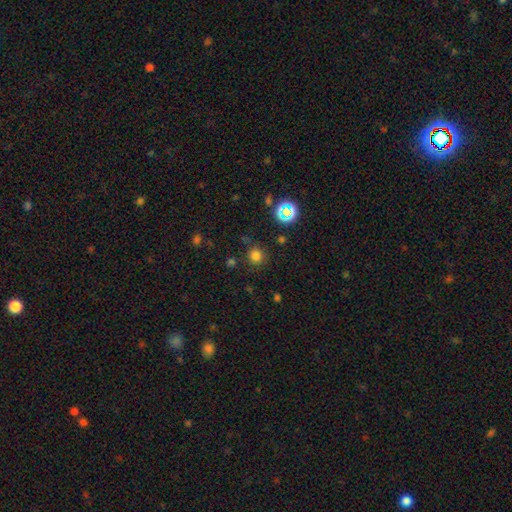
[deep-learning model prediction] A smooth galaxy with no disk features (72%) that is round (92%). Merging: none (81%).